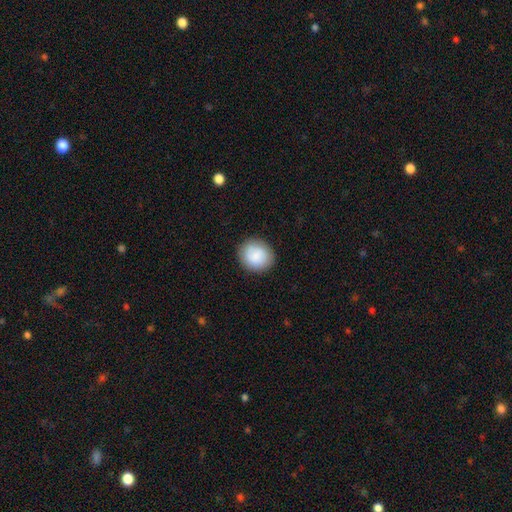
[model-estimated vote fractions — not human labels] Q: Smooth or featured?
A: smooth (85%); runner-up: featured or disk (9%)
Q: How rounded?
A: round (77%); runner-up: in between (22%)
Q: Merging?
A: none (86%); runner-up: minor disturbance (10%)